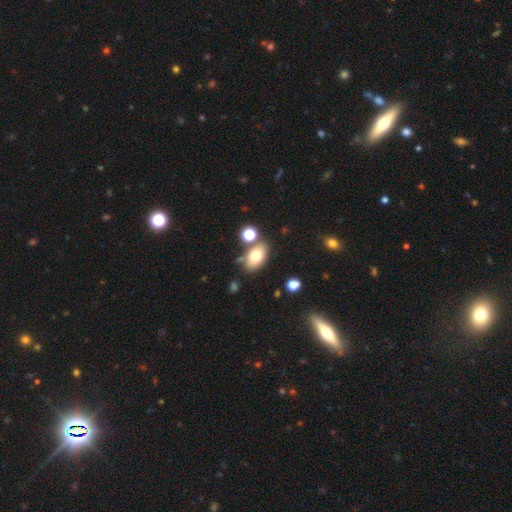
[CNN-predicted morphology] Smooth or featured? Predicted: smooth (p=0.73). How rounded? Predicted: in between (p=0.84). Merging? Predicted: none (p=0.69).